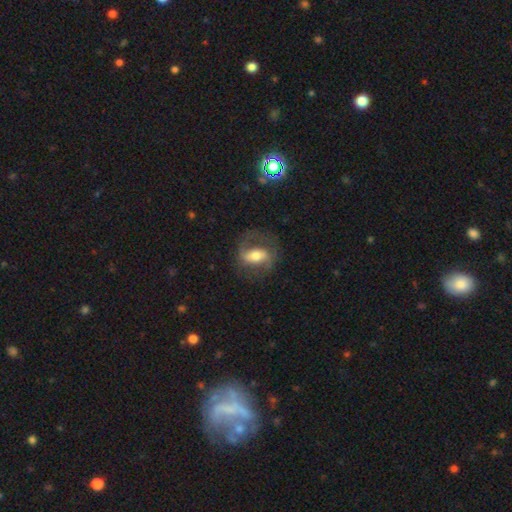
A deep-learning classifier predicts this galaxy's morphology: featured or disk 65%, smooth 28%, star or artifact 7%. Down the decision tree: edge-on disk — no (92%); bar — strong (43%); spiral arms — yes (77%); bulge size — moderate (64%); merging — none (63%).